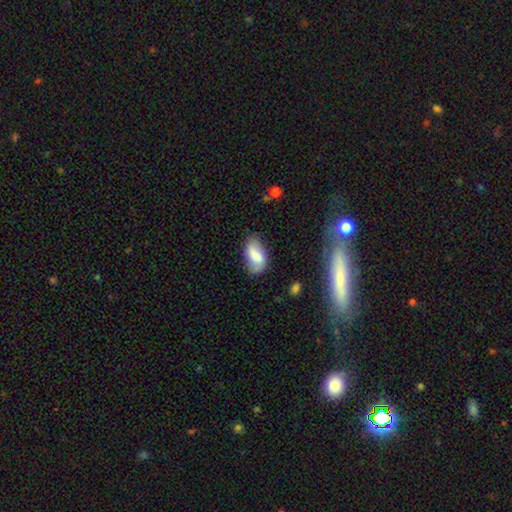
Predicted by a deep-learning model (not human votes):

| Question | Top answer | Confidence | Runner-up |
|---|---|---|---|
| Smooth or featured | smooth | 63% | featured or disk (29%) |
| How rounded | in between | 92% | round (5%) |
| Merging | none | 68% | minor disturbance (23%) |